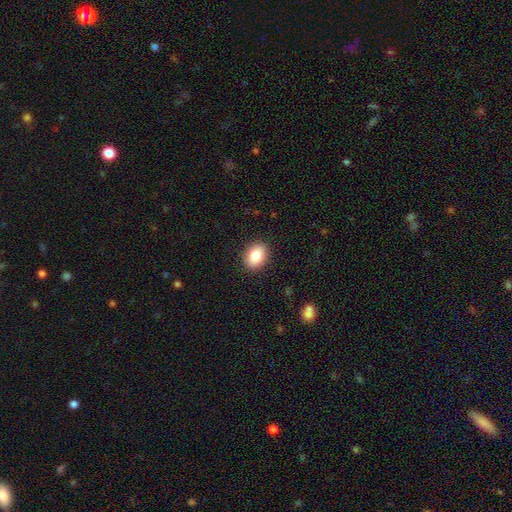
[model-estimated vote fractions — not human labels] Smooth or featured? smooth (84%)
How rounded? in between (66%)
Merging? none (90%)